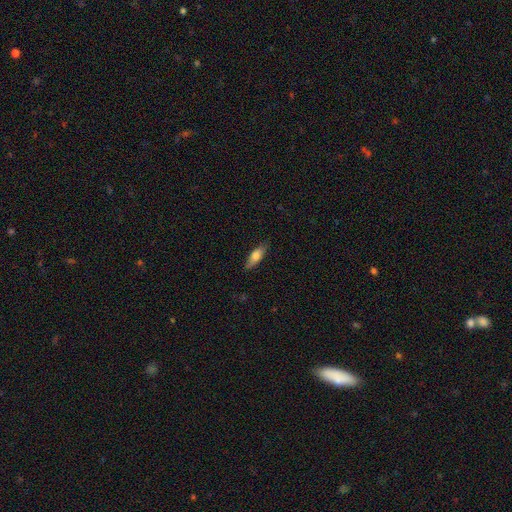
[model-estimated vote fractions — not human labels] Morphology: type=smooth (68%); roundness=in between (56%); merging=none (82%).